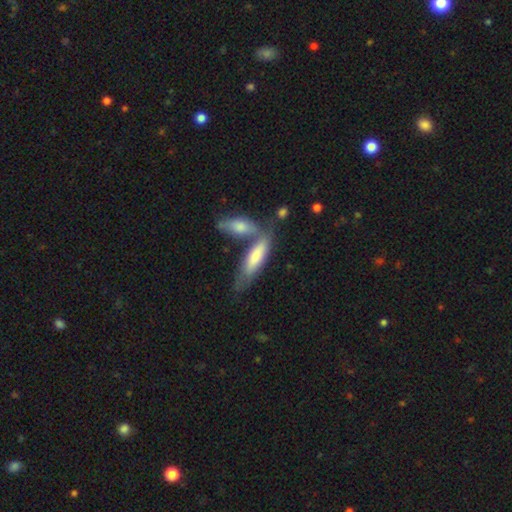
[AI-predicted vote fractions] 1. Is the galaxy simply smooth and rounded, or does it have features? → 68% smooth, 26% featured or disk, 6% star or artifact.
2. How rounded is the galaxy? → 56% cigar-shaped, 43% in between, 2% round.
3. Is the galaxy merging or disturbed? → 40% merger (tied), 40% none (tied), 15% minor disturbance, 6% major disturbance.